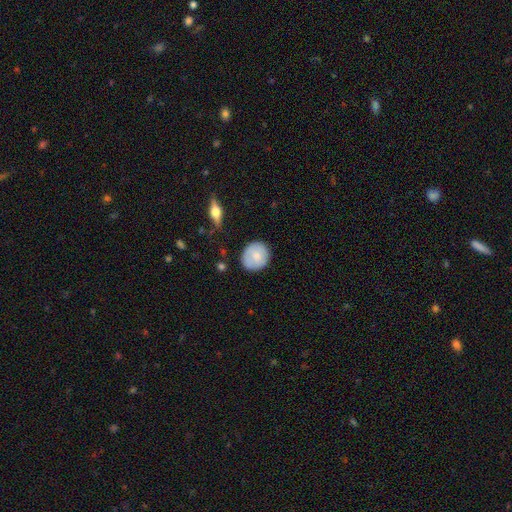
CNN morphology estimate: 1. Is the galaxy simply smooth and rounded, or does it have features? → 74% smooth, 19% featured or disk, 7% star or artifact.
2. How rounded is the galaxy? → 84% round, 15% in between, 1% cigar-shaped.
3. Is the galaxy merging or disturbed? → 81% none, 15% minor disturbance, 3% major disturbance, 2% merger.